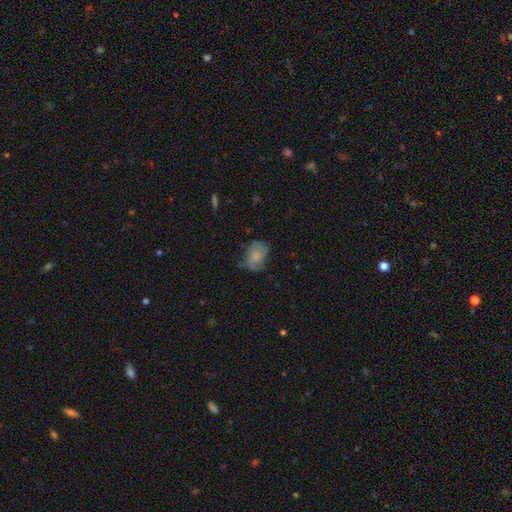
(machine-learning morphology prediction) A smooth galaxy with no disk features (63%) that is in between round and cigar-shaped (73%). Merging: none (51%).